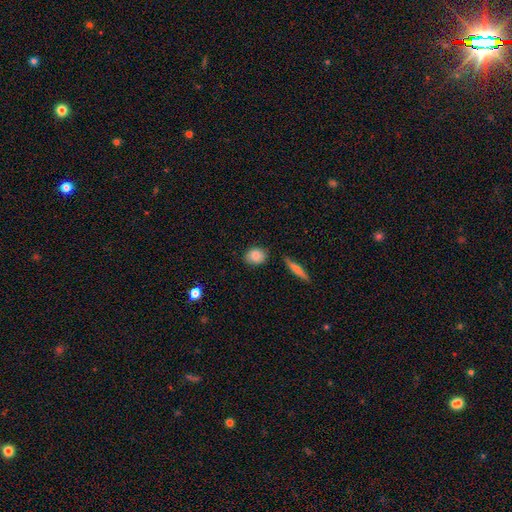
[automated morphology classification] smooth 85%, featured or disk 8%, star or artifact 7%. Down the decision tree: how rounded — round (49%); merging — none (82%).